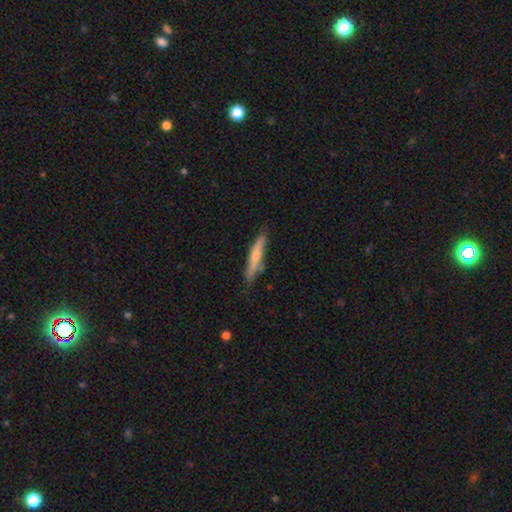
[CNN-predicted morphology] A smooth galaxy with no disk features (61%) that is cigar-shaped (92%).

Vote fractions:
- Smooth or featured? smooth: 61% / featured or disk: 33% / star or artifact: 6%
- How rounded? cigar-shaped: 92% / in between: 6% / round: 1%
- Merging? none: 78% / minor disturbance: 16% / merger: 3% / major disturbance: 3%